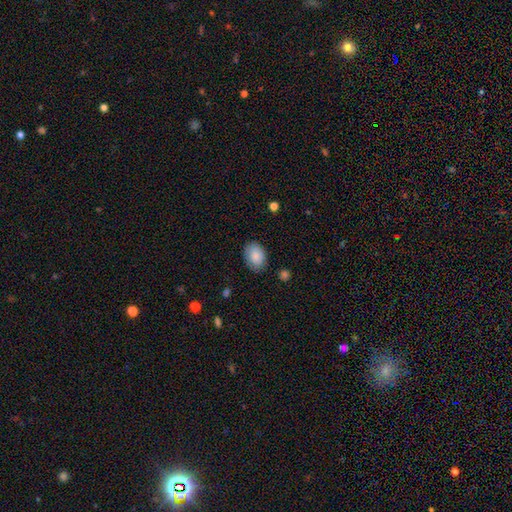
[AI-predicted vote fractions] Morphology: type=smooth (87%); roundness=in between (75%); merging=none (81%).